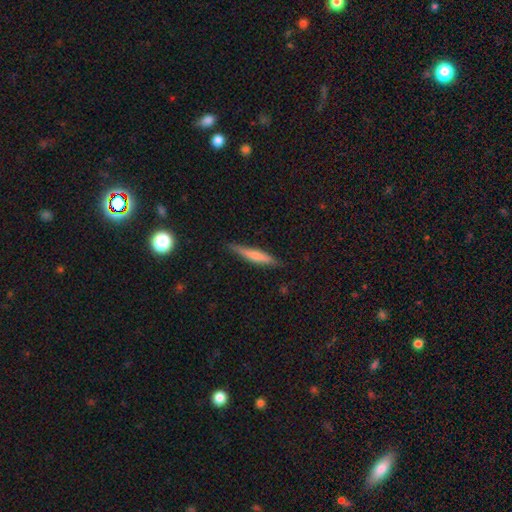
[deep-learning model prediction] Smooth or featured: smooth — 61% (featured or disk — 33%)
How rounded: cigar-shaped — 90% (in between — 8%)
Merging: none — 85% (minor disturbance — 11%)